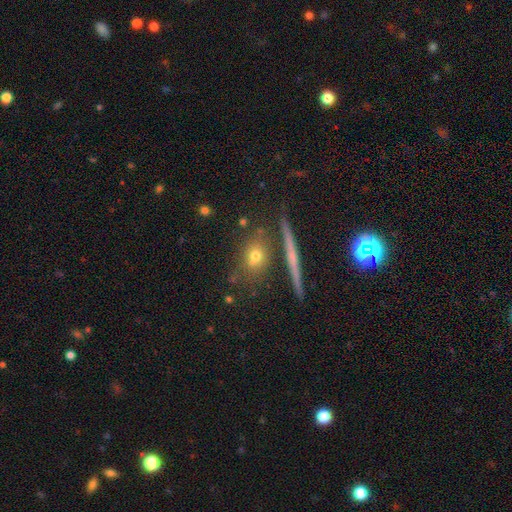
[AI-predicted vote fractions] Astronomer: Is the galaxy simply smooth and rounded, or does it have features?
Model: smooth — 61%.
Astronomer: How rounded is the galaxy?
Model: round — 56% (runner-up: in between, 32%).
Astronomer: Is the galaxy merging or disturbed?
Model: none — 75%.